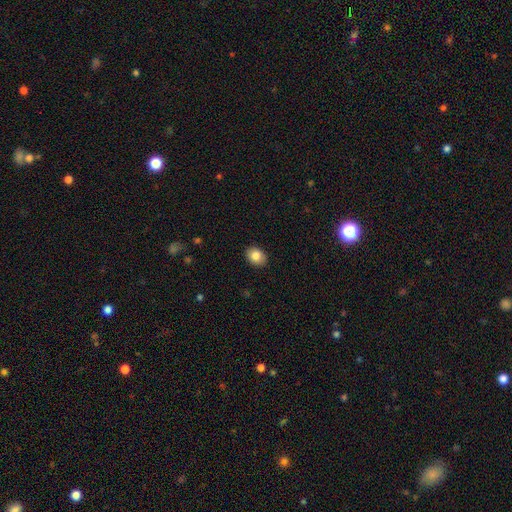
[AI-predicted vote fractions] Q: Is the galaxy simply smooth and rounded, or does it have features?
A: smooth — 84%.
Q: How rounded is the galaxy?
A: in between — 63%.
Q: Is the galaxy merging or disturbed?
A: none — 90%.